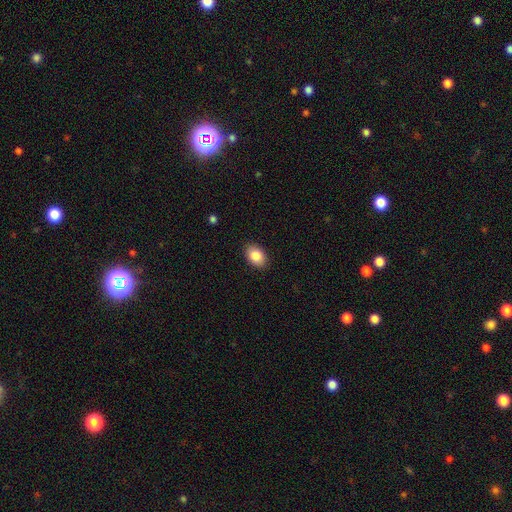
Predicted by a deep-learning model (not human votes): A smooth galaxy with no disk features (87%) that is in between round and cigar-shaped (84%).

Vote fractions:
- Smooth or featured? smooth: 87% / star or artifact: 7% / featured or disk: 6%
- How rounded? in between: 84% / round: 15% / cigar-shaped: 1%
- Merging? none: 88% / minor disturbance: 9% / major disturbance: 2% / merger: 1%